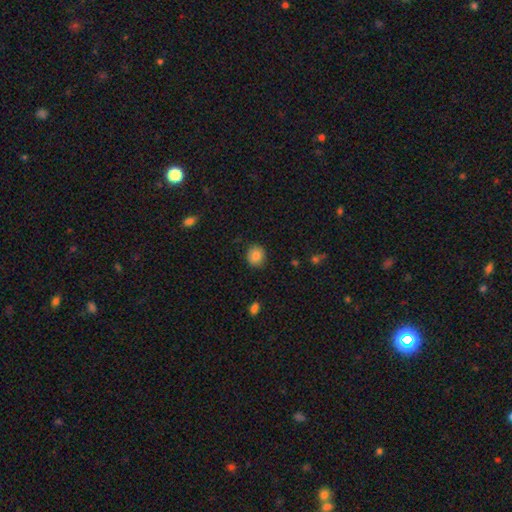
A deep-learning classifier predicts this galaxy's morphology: Smooth or featured? smooth (86%)
How rounded? round (80%)
Merging? none (86%)